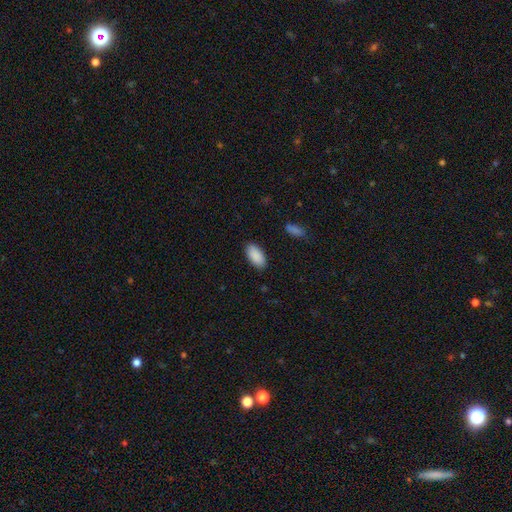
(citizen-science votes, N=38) This appears to be a smooth galaxy with no disk features (92%) that is in between round and cigar-shaped (100%). Merging: none (92%).